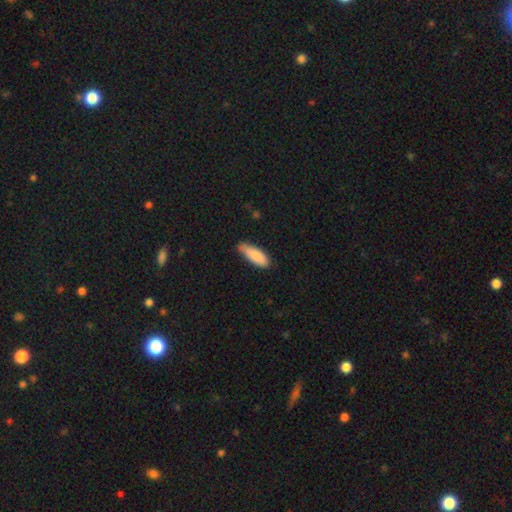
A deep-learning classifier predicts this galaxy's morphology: A smooth galaxy with no disk features (86%) that is in between round and cigar-shaped (61%). Merging: none (65%).